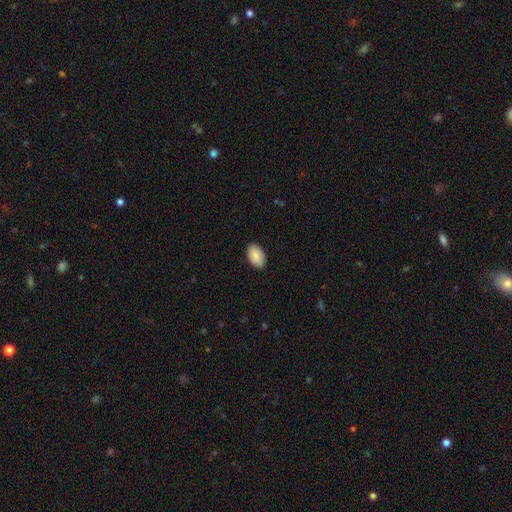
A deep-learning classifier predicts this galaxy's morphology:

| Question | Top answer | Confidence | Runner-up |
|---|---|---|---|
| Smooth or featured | smooth | 89% | star or artifact (6%) |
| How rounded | in between | 93% | round (6%) |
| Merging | none | 88% | minor disturbance (9%) |